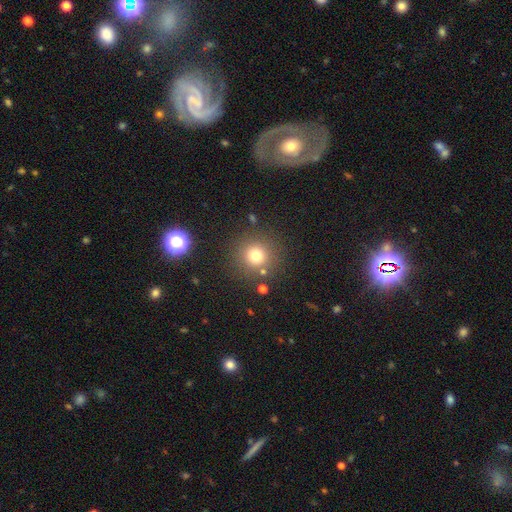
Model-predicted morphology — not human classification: smooth_or_featured: smooth (p=0.74) [alt: star or artifact p=0.17]
how_rounded: round (p=0.93) [alt: in between p=0.06]
merging: none (p=0.84) [alt: minor disturbance p=0.08]